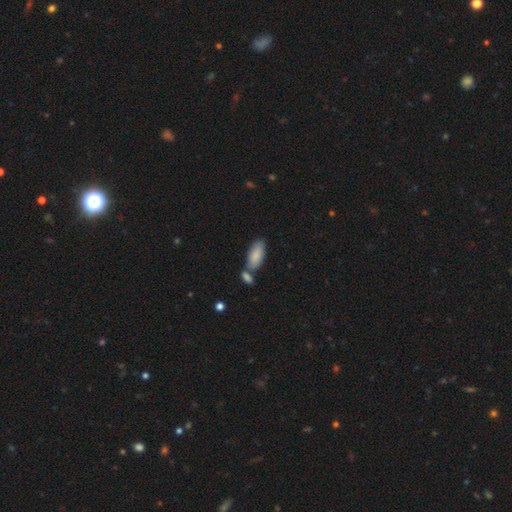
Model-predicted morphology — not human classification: Smooth or featured? smooth (85%)
How rounded? in between (86%)
Merging? none (57%)